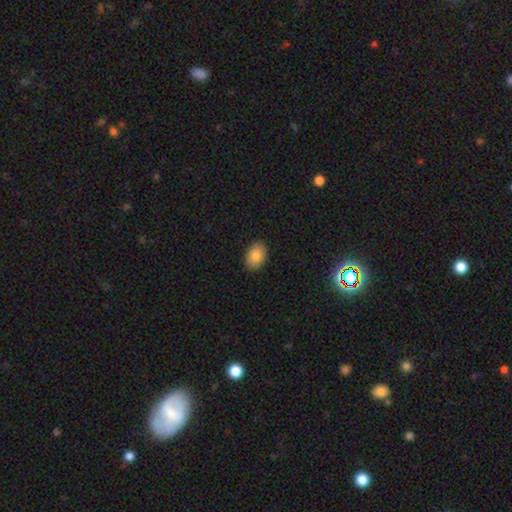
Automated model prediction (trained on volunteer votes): Morphology: type=smooth (86%); roundness=in between (85%); merging=none (89%).